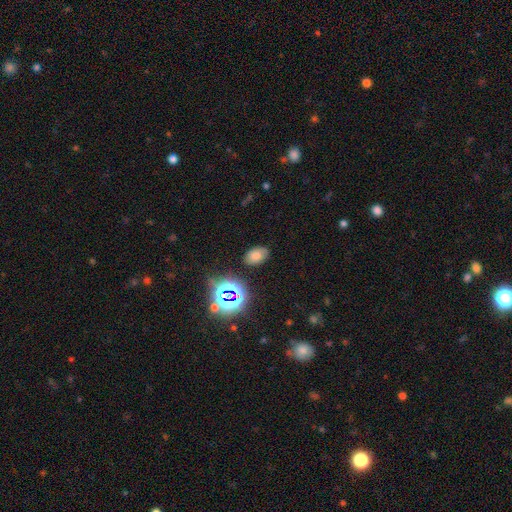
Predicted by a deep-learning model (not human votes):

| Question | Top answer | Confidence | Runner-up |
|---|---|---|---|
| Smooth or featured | smooth | 62% | star or artifact (26%) |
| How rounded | in between | 83% | round (16%) |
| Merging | none | 82% | minor disturbance (12%) |